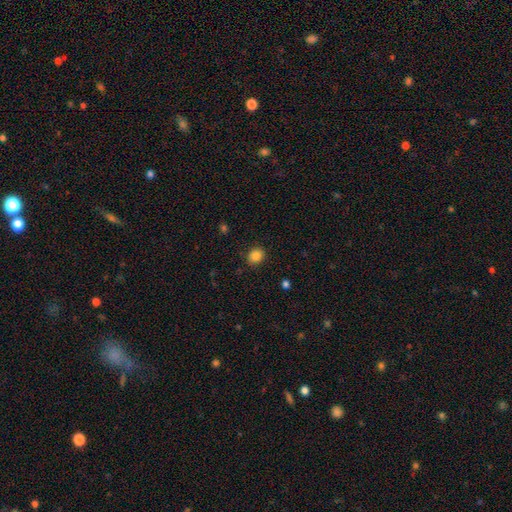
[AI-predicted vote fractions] Smooth or featured?
  - smooth: 85% *
  - star or artifact: 11%
  - featured or disk: 4%
How rounded?
  - round: 75% *
  - in between: 24%
  - cigar-shaped: 1%
Merging?
  - none: 88% *
  - minor disturbance: 8%
  - major disturbance: 2%
  - merger: 1%